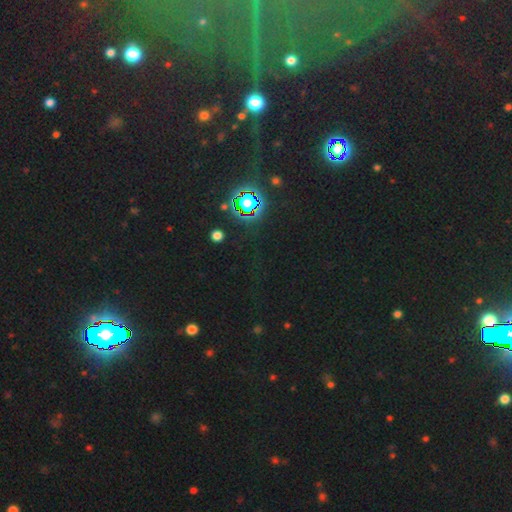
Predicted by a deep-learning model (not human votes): smooth-or-featured: star or artifact: 82% | smooth: 10% | featured or disk: 7%